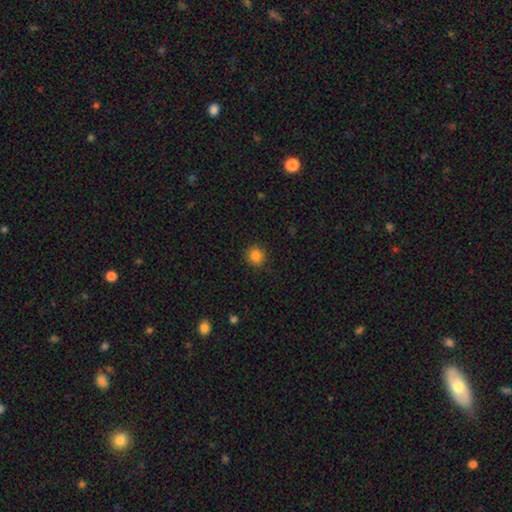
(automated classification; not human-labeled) smooth_or_featured: smooth (p=0.85) [alt: star or artifact p=0.11]
how_rounded: round (p=0.92) [alt: in between p=0.07]
merging: none (p=0.90) [alt: minor disturbance p=0.06]